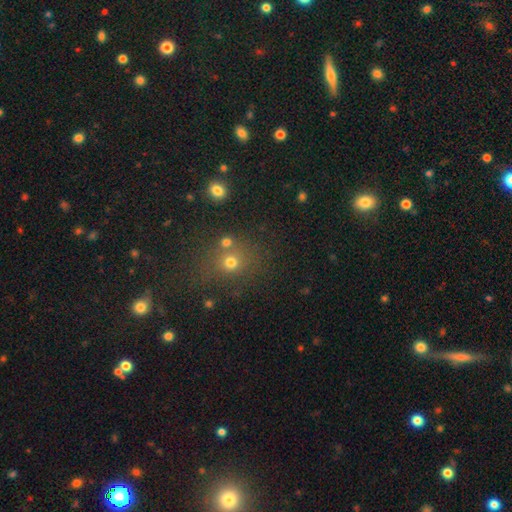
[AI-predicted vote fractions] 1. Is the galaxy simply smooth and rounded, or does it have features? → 50% smooth, 41% star or artifact, 10% featured or disk.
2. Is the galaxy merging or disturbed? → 73% none, 13% merger, 10% minor disturbance, 5% major disturbance.